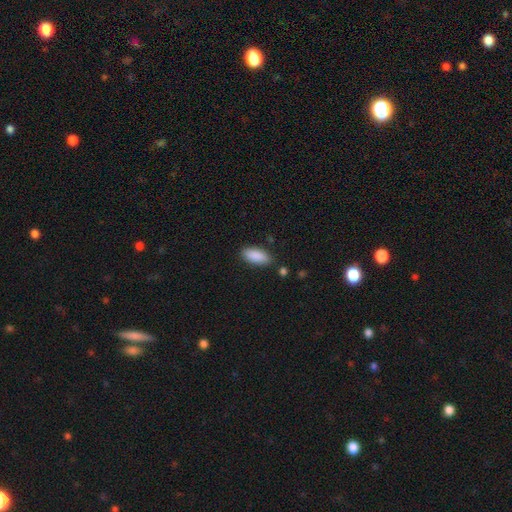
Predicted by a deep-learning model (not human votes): A smooth galaxy with no disk features (89%) that is in between round and cigar-shaped (86%).

Vote fractions:
- Smooth or featured? smooth: 89% / star or artifact: 6% / featured or disk: 4%
- How rounded? in between: 86% / cigar-shaped: 12% / round: 2%
- Merging? none: 84% / minor disturbance: 11% / major disturbance: 3% / merger: 2%